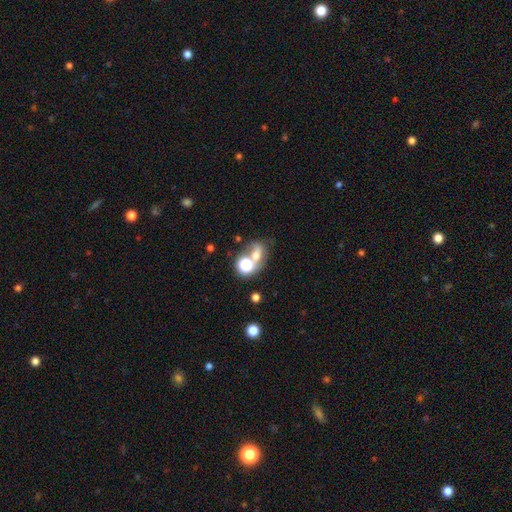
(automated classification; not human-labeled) smooth 51%, featured or disk 26%, star or artifact 23%. Down the decision tree: how rounded — in between (55%); merging — merger (45%).